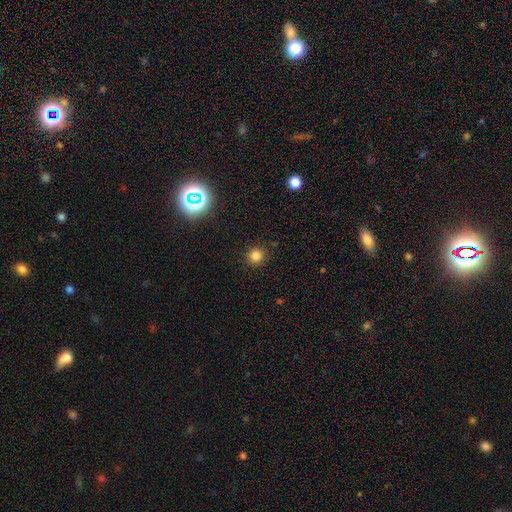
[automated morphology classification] smooth 81%, star or artifact 14%, featured or disk 5%. Down the decision tree: how rounded — round (93%); merging — none (90%).